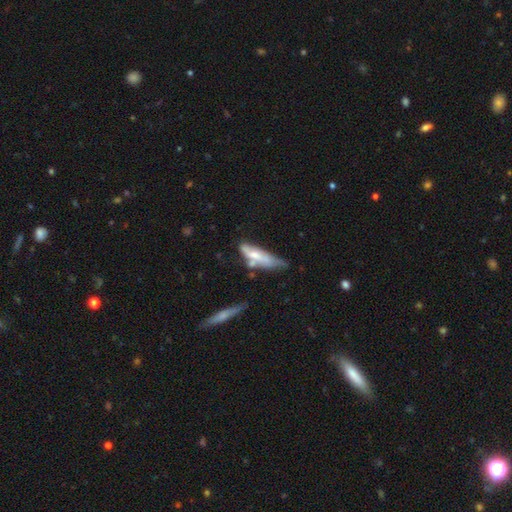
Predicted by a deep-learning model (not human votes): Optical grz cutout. It shows a smooth galaxy with no disk features (55%) that is cigar-shaped (58%). Merging: none (30%, tied with minor disturbance).